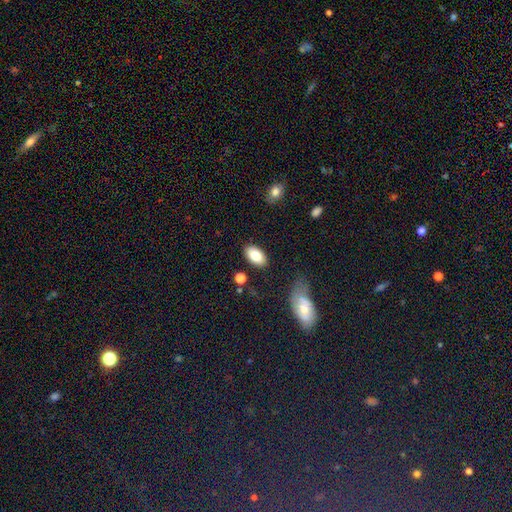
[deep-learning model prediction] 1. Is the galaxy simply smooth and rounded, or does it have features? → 82% smooth, 11% featured or disk, 7% star or artifact.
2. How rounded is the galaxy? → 93% in between, 5% round, 2% cigar-shaped.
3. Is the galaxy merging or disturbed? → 85% none, 10% minor disturbance, 3% major disturbance, 2% merger.